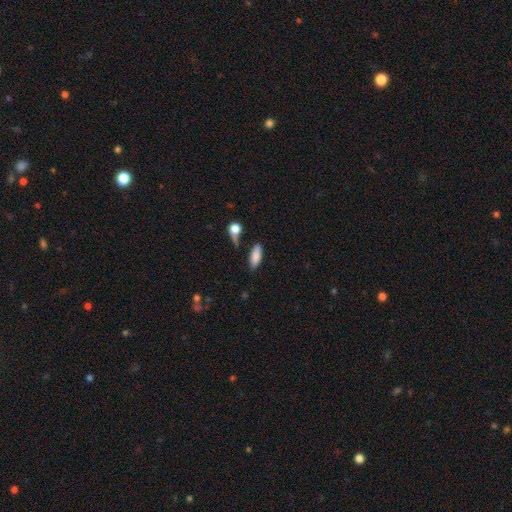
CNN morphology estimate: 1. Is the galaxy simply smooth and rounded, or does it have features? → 82% smooth, 10% featured or disk, 7% star or artifact.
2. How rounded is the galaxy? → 73% in between, 24% cigar-shaped, 3% round.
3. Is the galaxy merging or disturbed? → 67% none, 18% minor disturbance, 10% merger, 6% major disturbance.